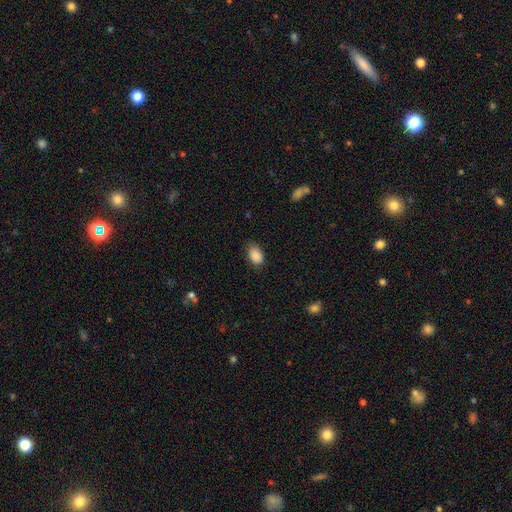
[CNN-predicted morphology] A smooth galaxy with no disk features (88%) that is in between round and cigar-shaped (90%). Merging: none (74%).